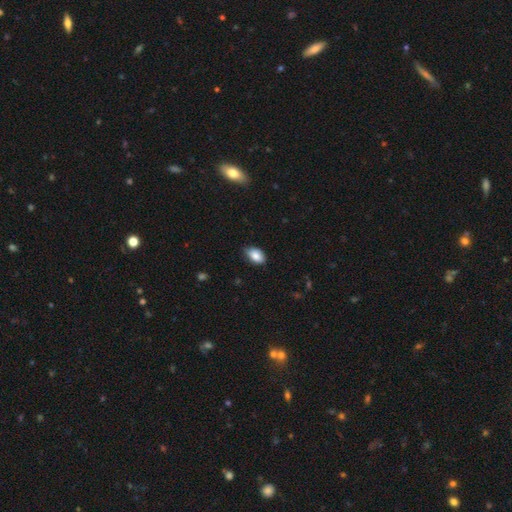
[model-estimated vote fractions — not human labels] A smooth galaxy with no disk features (85%) that is in between round and cigar-shaped (91%). Merging: none (75%).